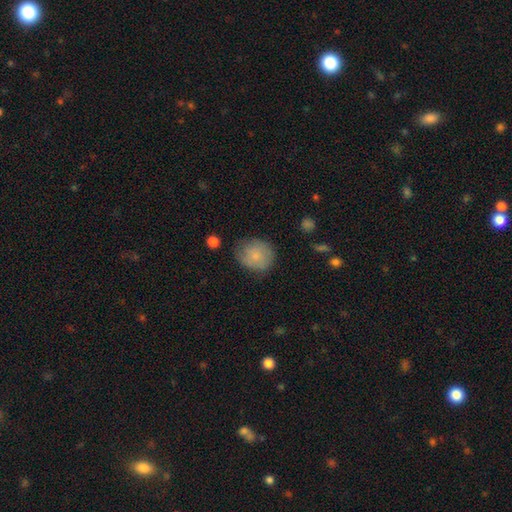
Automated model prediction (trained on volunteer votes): Smooth or featured?
  - smooth: 79% *
  - featured or disk: 14%
  - star or artifact: 8%
How rounded?
  - round: 73% *
  - in between: 26%
  - cigar-shaped: 1%
Merging?
  - none: 68% *
  - minor disturbance: 24%
  - major disturbance: 6%
  - merger: 2%